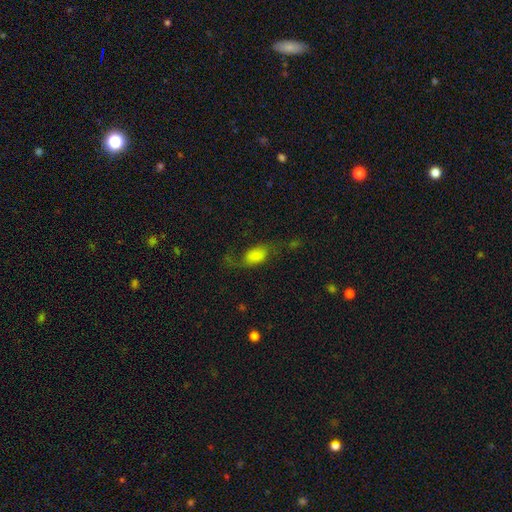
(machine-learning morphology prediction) Q: Smooth or featured?
A: smooth (54%); runner-up: featured or disk (35%)
Q: How rounded?
A: in between (87%); runner-up: round (9%)
Q: Merging?
A: none (45%); runner-up: major disturbance (31%)